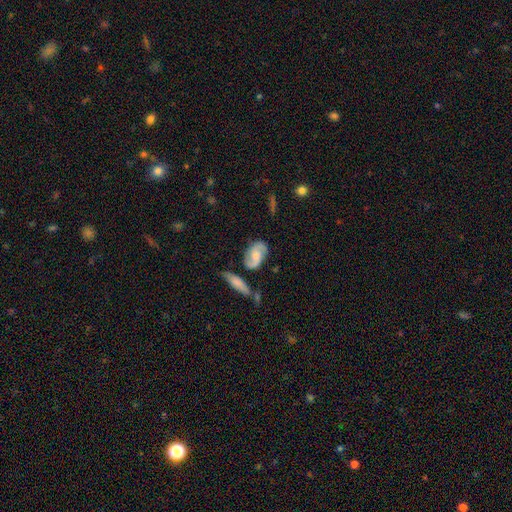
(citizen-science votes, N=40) Overall: featured or disk (70%). Edge-on disk: no (96%). Bar: no (52%; weak 41%). Spiral arms: yes (96%). Spiral arm count: 2 (88%). Spiral winding: medium (46%; loose 31%). Bulge size: moderate (59%). Merging: none (73%).